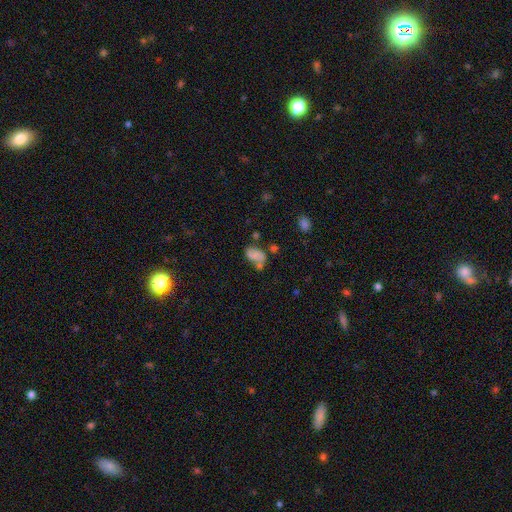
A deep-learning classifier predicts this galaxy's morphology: A smooth galaxy with no disk features (60%) that is in between round and cigar-shaped (86%). Merging: none (32%).